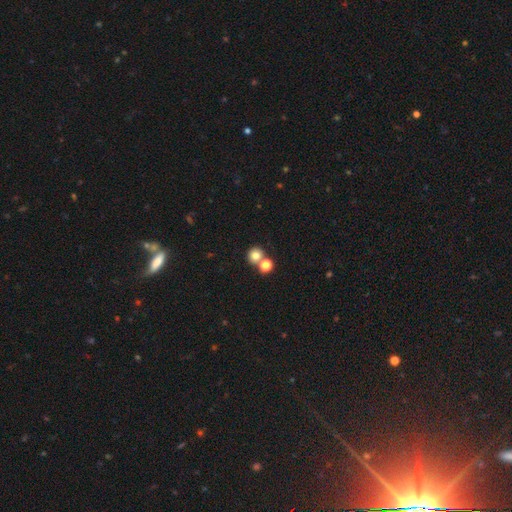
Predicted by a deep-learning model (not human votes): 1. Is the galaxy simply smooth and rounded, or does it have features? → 78% smooth, 13% star or artifact, 9% featured or disk.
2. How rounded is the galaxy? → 88% round, 11% in between, 1% cigar-shaped.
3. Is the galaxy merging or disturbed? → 56% none, 35% merger, 6% minor disturbance, 3% major disturbance.